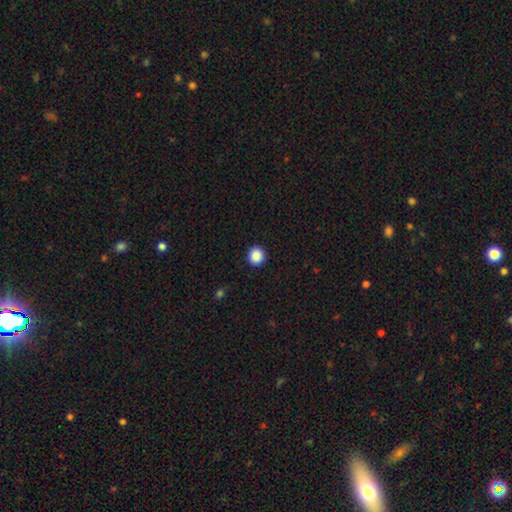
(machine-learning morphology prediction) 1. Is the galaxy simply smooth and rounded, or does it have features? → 89% smooth, 9% star or artifact, 2% featured or disk.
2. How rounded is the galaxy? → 92% round, 7% in between, 1% cigar-shaped.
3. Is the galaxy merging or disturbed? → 93% none, 5% minor disturbance, 2% major disturbance, 1% merger.